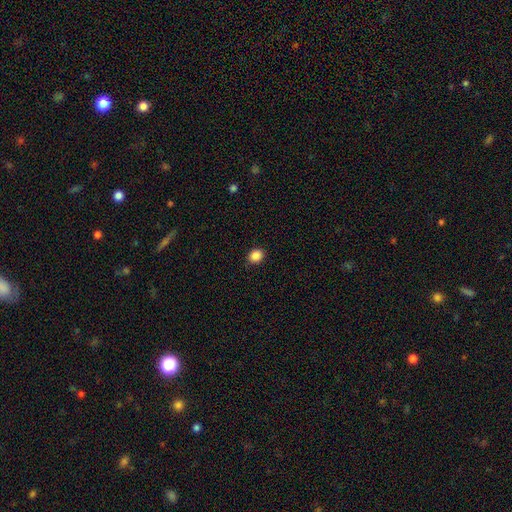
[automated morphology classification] A smooth galaxy with no disk features (87%) that is round (65%). Merging: none (89%).